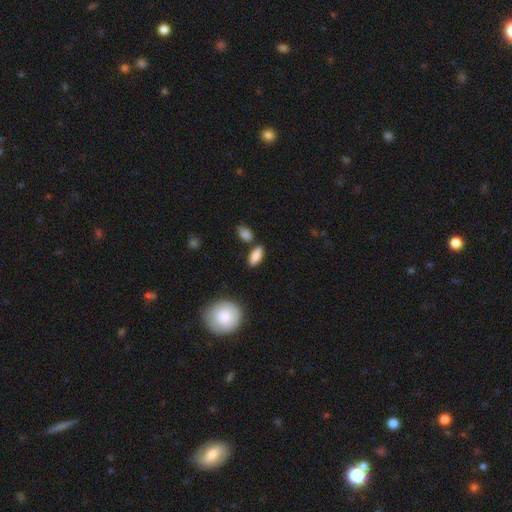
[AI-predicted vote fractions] Overall: smooth (84%). How rounded: in between (79%). Merging: none (76%).